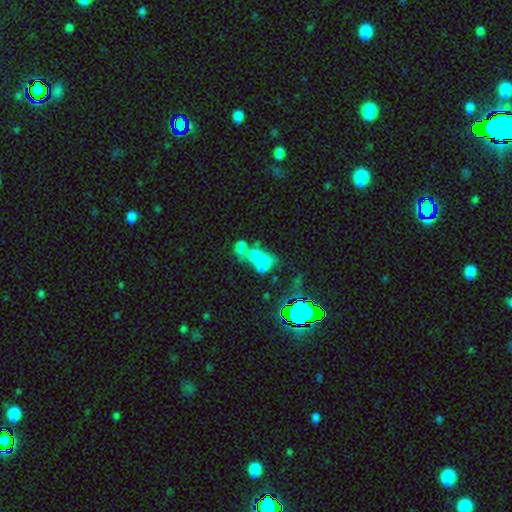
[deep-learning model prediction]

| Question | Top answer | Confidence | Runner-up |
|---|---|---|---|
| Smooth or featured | smooth | 59% | featured or disk (24%) |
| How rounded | in between | 72% | round (25%) |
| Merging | merger | 69% | none (15%) |